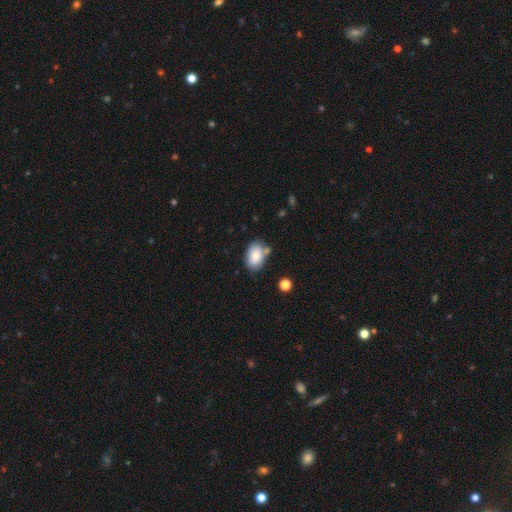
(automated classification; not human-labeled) A smooth galaxy with no disk features (84%) that is in between round and cigar-shaped (85%). Merging: none (67%).